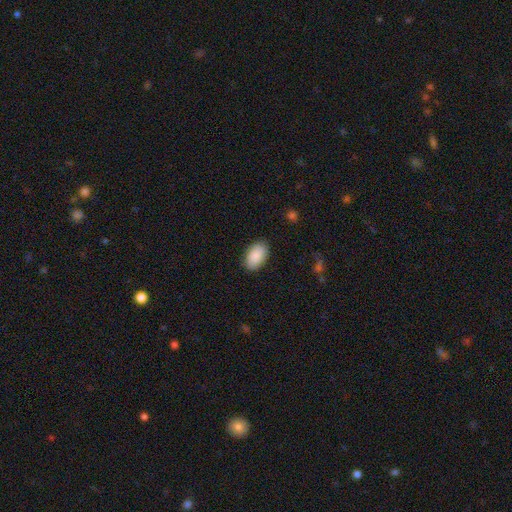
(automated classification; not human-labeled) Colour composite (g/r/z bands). It shows a smooth galaxy with no disk features (89%) that is in between round and cigar-shaped (94%). Merging: none (86%).